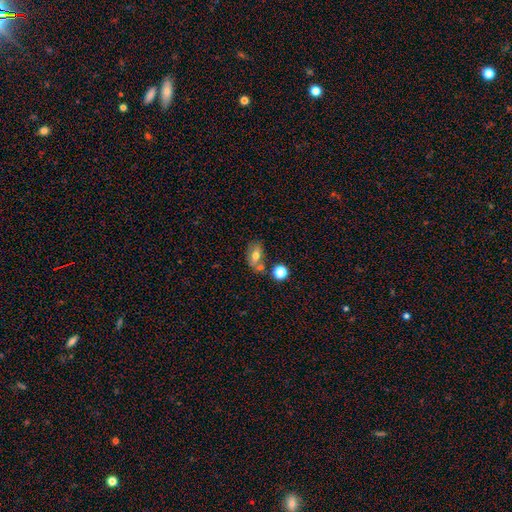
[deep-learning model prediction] smooth 65%, featured or disk 24%, star or artifact 11%. Down the decision tree: how rounded — in between (83%); merging — none (60%).